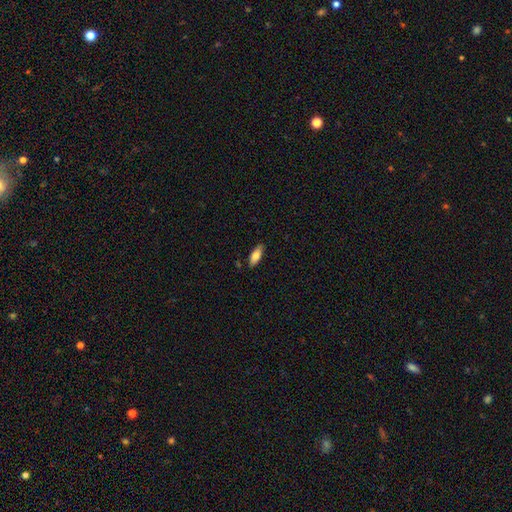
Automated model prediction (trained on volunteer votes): The model was most divided on "how rounded": in between: 78%, cigar-shaped: 20%, round: 2%. More confident: merging — none (86%); smooth or featured — smooth (77%).